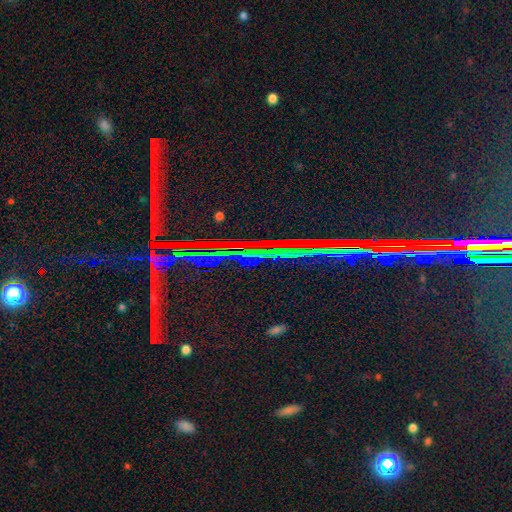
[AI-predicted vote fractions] star or artifact 84%, featured or disk 9%, smooth 7%.